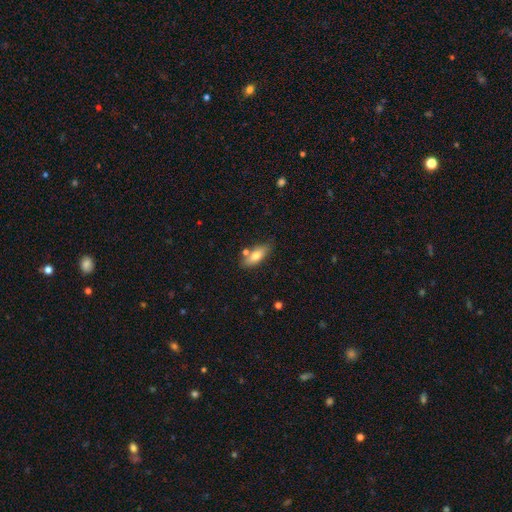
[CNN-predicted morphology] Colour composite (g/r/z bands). It shows a smooth galaxy with no disk features (75%) that is in between round and cigar-shaped (77%). Merging: none (73%).